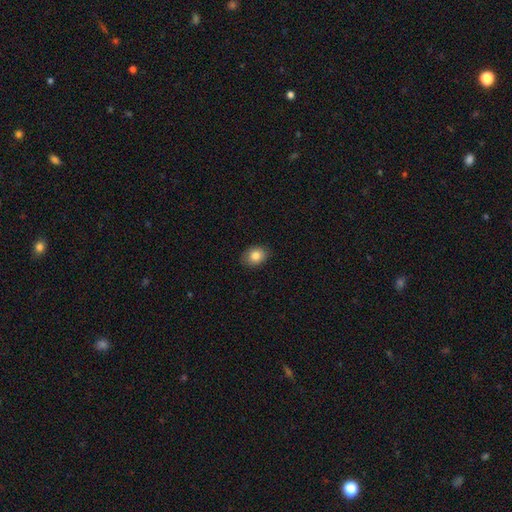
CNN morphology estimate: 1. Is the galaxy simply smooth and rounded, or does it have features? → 83% smooth, 9% star or artifact, 8% featured or disk.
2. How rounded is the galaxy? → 60% in between, 39% round, 1% cigar-shaped.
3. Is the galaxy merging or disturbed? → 87% none, 10% minor disturbance, 2% major disturbance, 1% merger.